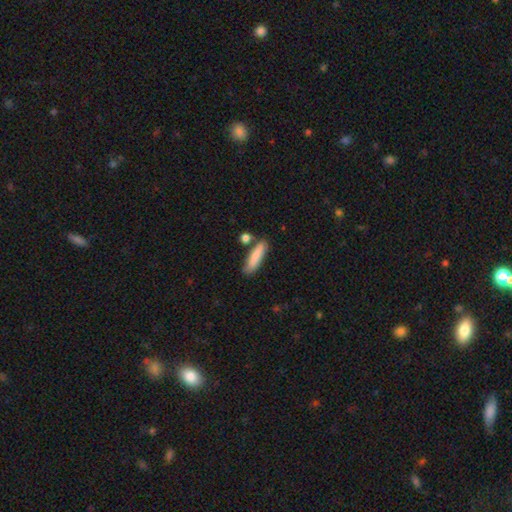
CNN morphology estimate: type=smooth (82%); roundness=cigar-shaped (67%); merging=none (70%).